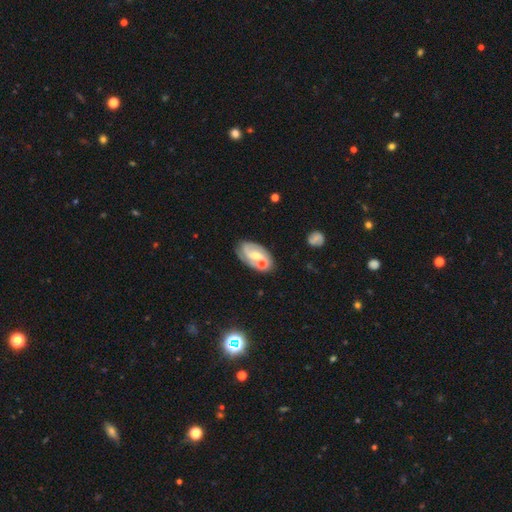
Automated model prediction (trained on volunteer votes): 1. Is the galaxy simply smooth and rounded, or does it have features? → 69% featured or disk, 25% smooth, 6% star or artifact.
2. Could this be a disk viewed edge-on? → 95% no, 5% yes.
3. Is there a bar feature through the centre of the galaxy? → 46% no, 41% weak, 13% strong.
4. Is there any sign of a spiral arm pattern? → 83% yes, 17% no.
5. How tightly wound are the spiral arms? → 44% medium, 33% tight, 23% loose.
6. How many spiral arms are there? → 70% 2, 15% can't tell, 9% 1, 3% 3, 1% 4, 1% more than 4.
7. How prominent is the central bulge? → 51% moderate, 41% small, 4% large, 4% none, 1% dominant.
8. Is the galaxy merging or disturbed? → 55% none, 21% merger, 17% minor disturbance, 6% major disturbance.